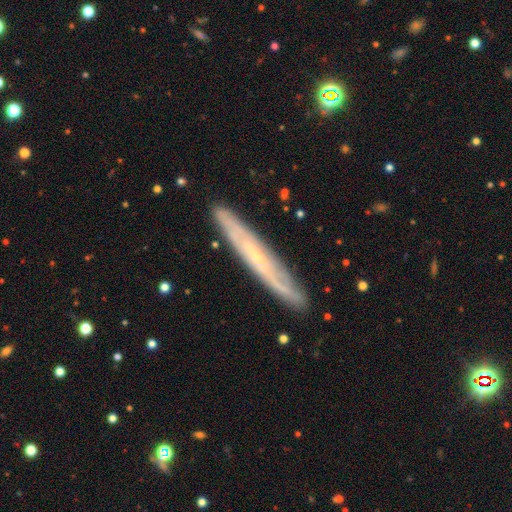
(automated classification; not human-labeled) Smooth or featured: featured or disk — 65% (smooth — 27%)
Edge-on disk: yes — 74% (no — 26%)
Merging: none — 87% (minor disturbance — 10%)